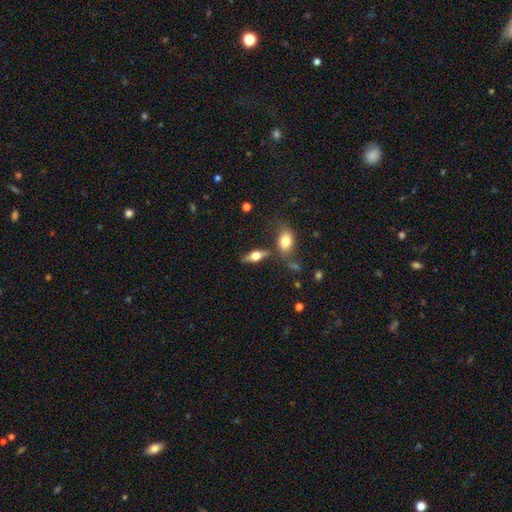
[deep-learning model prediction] Smooth or featured? Predicted: featured or disk (p=0.49). Merging? Predicted: none (p=0.74).